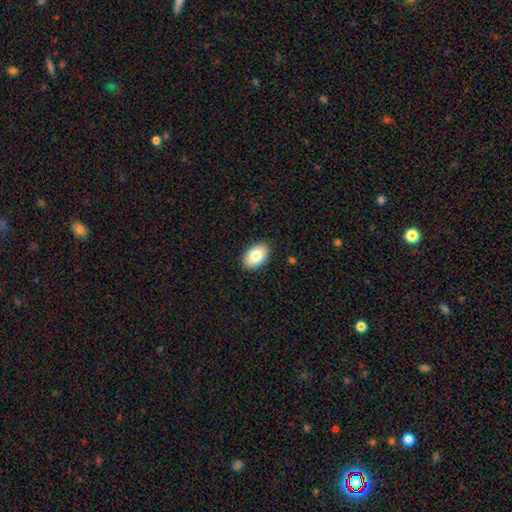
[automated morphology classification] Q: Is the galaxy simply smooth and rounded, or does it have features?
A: smooth — 83%.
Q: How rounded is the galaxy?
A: in between — 92%.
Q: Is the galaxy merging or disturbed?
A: none — 89%.